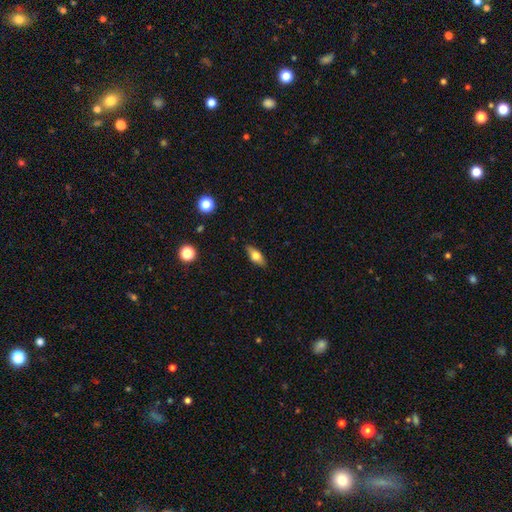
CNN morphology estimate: Overall: smooth (61%; featured or disk 32%). How rounded: in between (74%). Merging: none (85%).